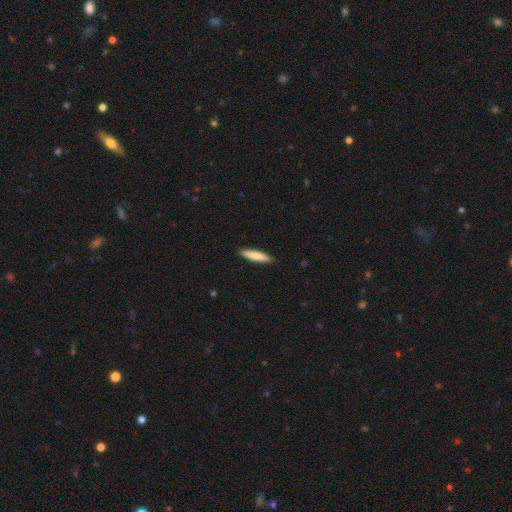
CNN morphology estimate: Overall: smooth (80%). How rounded: cigar-shaped (89%). Merging: none (91%).